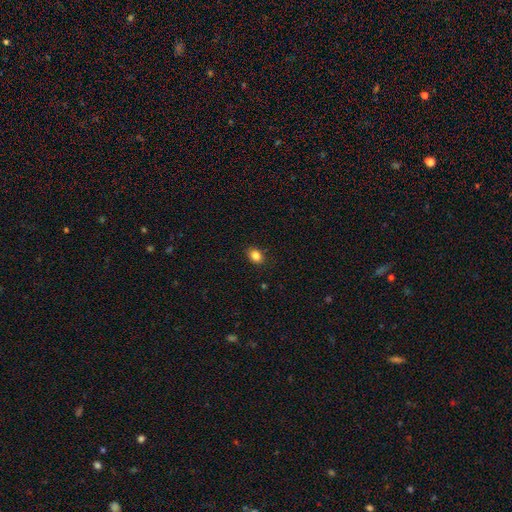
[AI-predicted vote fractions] This appears to be a smooth galaxy with no disk features (84%) that is in between round and cigar-shaped (68%). Merging: none (88%).